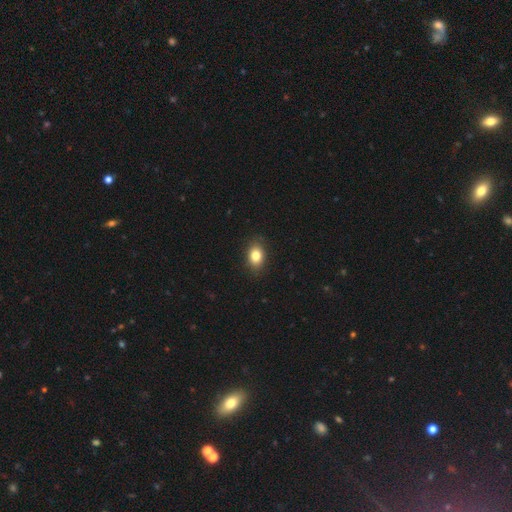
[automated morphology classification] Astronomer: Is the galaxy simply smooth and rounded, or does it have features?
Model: smooth — 82%.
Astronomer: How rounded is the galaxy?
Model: in between — 74%.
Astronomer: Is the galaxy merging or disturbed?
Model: none — 87%.